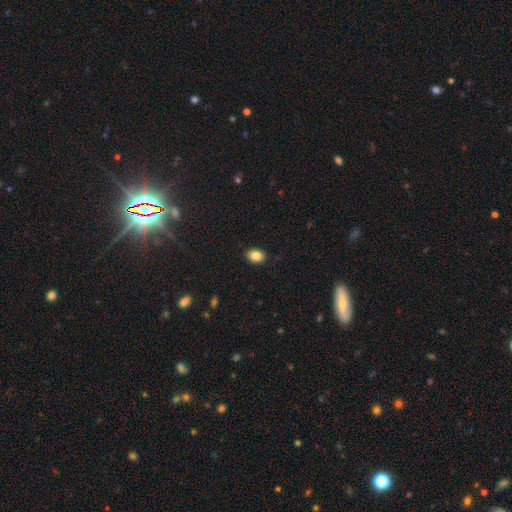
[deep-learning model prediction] smooth-or-featured: smooth: 86% | star or artifact: 9% | featured or disk: 6%
  how-rounded: in between: 74% | round: 25% | cigar-shaped: 1%
  merging: none: 89% | minor disturbance: 8% | major disturbance: 2% | merger: 1%